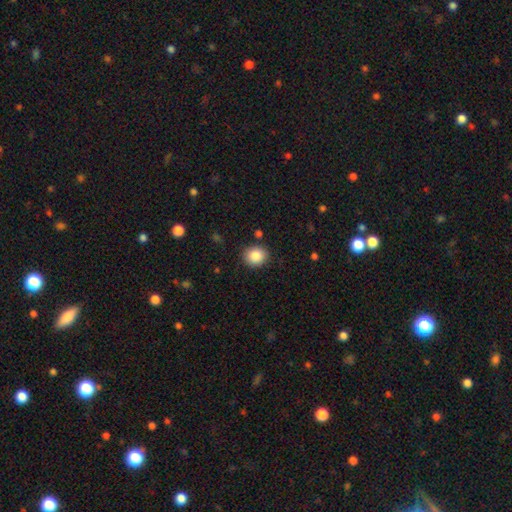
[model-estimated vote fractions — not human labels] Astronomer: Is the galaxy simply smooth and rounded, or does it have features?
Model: smooth — 86%.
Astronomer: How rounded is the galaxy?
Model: round — 72%.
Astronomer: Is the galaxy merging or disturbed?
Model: none — 87%.